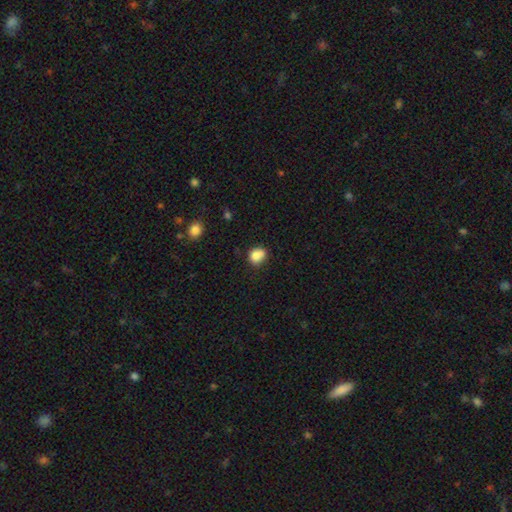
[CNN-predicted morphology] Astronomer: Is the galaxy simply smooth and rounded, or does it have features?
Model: smooth — 83%.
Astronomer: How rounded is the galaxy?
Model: round — 61% (runner-up: in between, 38%).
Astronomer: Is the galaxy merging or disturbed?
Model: none — 59%.